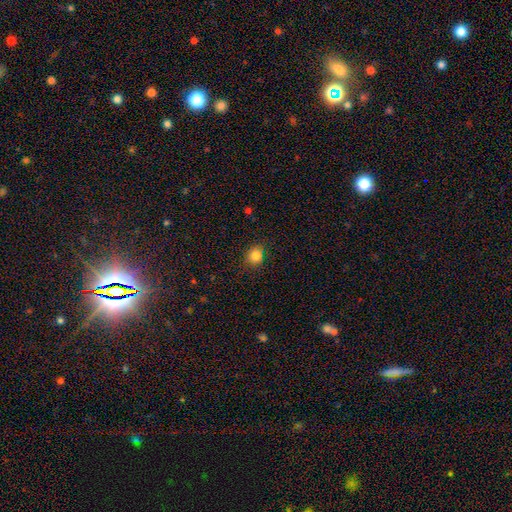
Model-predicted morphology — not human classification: Q: Smooth or featured?
A: smooth (83%); runner-up: star or artifact (12%)
Q: How rounded?
A: round (71%); runner-up: in between (28%)
Q: Merging?
A: none (83%); runner-up: minor disturbance (13%)